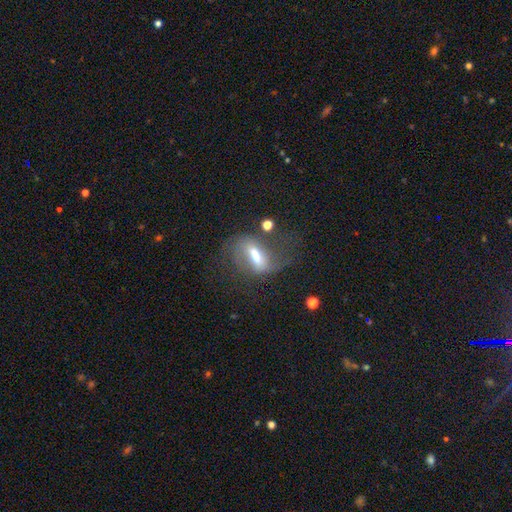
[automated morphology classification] A featured or disk galaxy (55%). Merging: none (39%).